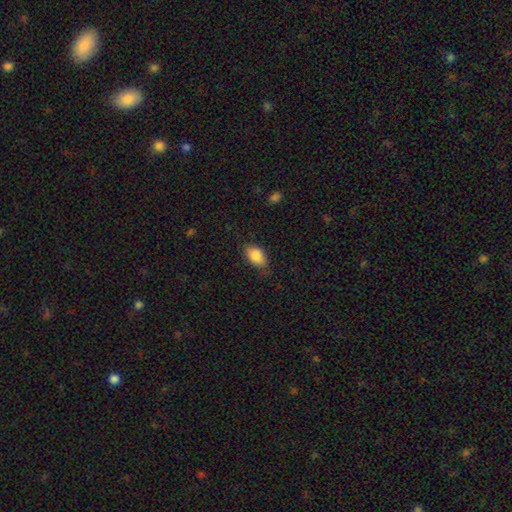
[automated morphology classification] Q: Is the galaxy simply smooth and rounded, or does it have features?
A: smooth — 87%.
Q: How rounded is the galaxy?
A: in between — 89%.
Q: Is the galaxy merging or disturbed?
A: none — 71%.